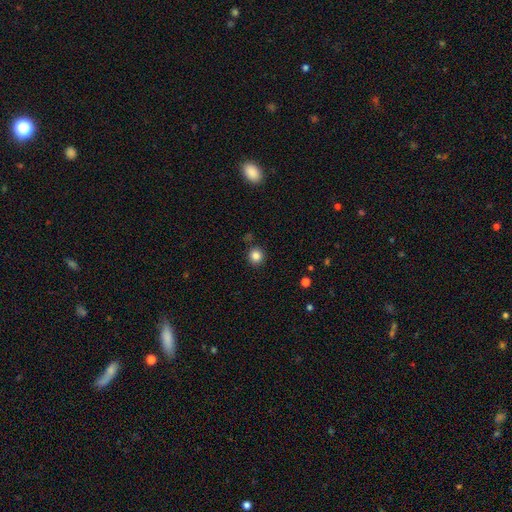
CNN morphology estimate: smooth-or-featured: smooth: 84% | star or artifact: 11% | featured or disk: 4%
  how-rounded: round: 92% | in between: 7% | cigar-shaped: 1%
  merging: none: 87% | minor disturbance: 8% | merger: 3% | major disturbance: 2%